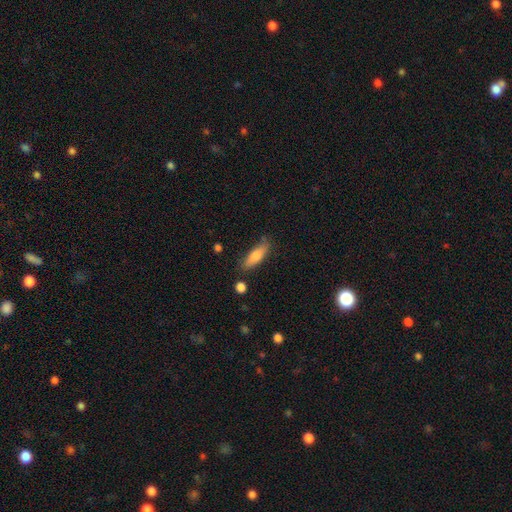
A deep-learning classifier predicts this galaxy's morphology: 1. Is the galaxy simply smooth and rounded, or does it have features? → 74% smooth, 20% featured or disk, 7% star or artifact.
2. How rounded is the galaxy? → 51% cigar-shaped, 46% in between, 2% round.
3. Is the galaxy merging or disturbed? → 74% none, 18% minor disturbance, 4% major disturbance, 4% merger.